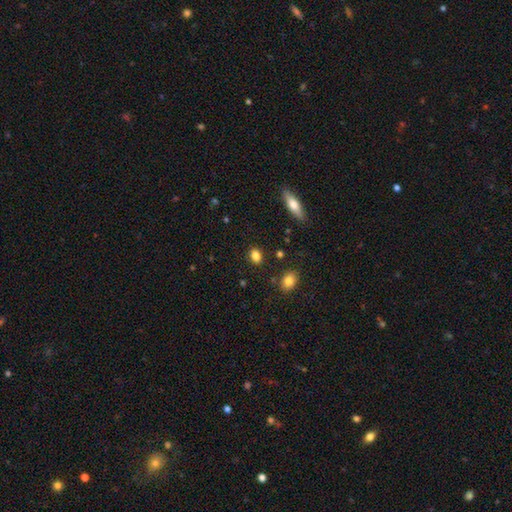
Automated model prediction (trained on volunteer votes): A smooth galaxy with no disk features (84%) that is in between round and cigar-shaped (60%).

Vote fractions:
- Smooth or featured? smooth: 84% / star or artifact: 10% / featured or disk: 6%
- How rounded? in between: 60% / round: 38% / cigar-shaped: 3%
- Merging? none: 86% / minor disturbance: 9% / major disturbance: 2% / merger: 2%